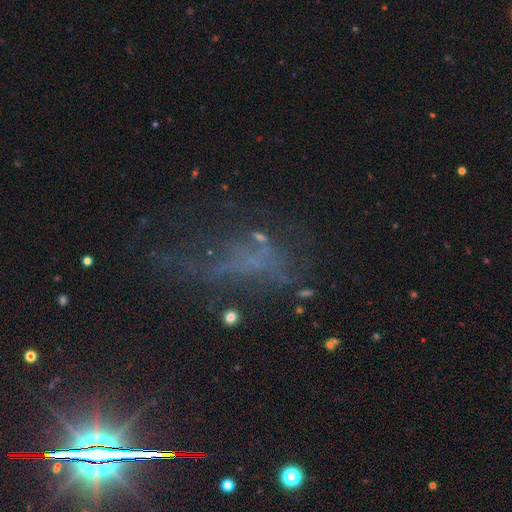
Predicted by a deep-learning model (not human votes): star or artifact 45%, featured or disk 34%, smooth 21%.